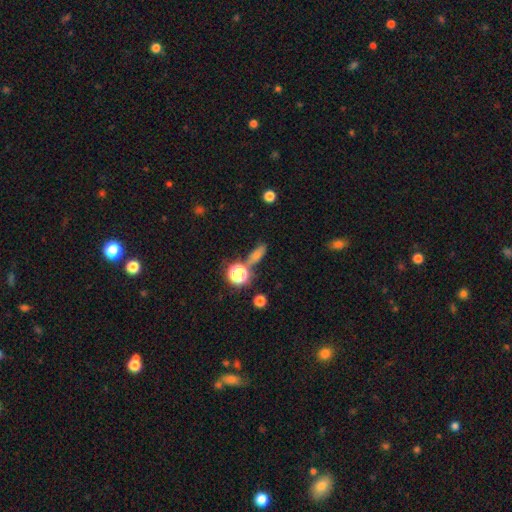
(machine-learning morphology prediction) Q: Smooth or featured?
A: smooth (49%); runner-up: star or artifact (35%)
Q: Merging?
A: none (65%); runner-up: merger (14%)